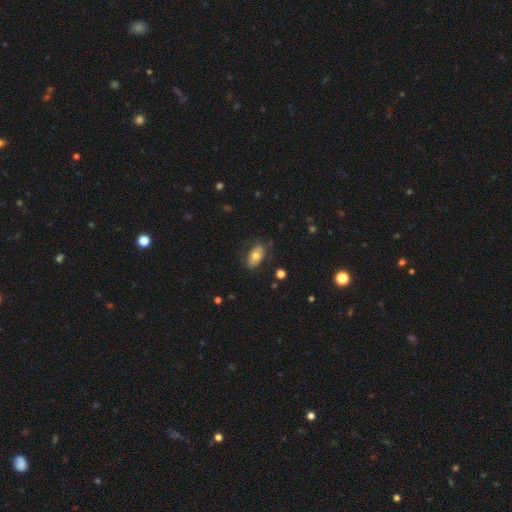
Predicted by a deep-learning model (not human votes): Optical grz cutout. It shows a smooth galaxy with no disk features (67%) that is in between round and cigar-shaped (91%). Merging: none (75%).